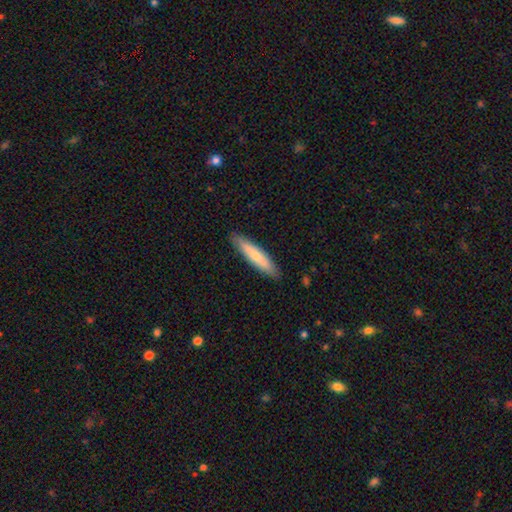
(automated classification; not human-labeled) smooth-or-featured: smooth: 67% | featured or disk: 27% | star or artifact: 5%
  how-rounded: cigar-shaped: 83% | in between: 15% | round: 1%
  merging: none: 88% | minor disturbance: 9% | major disturbance: 2% | merger: 1%